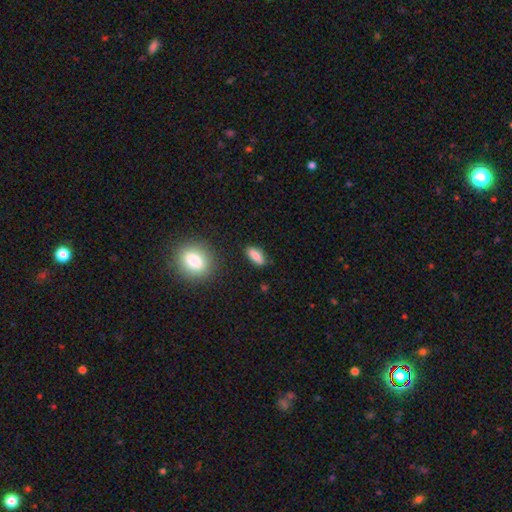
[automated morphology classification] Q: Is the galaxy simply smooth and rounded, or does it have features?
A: smooth — 84%.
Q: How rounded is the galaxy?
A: in between — 75%.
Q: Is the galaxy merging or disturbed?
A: none — 82%.